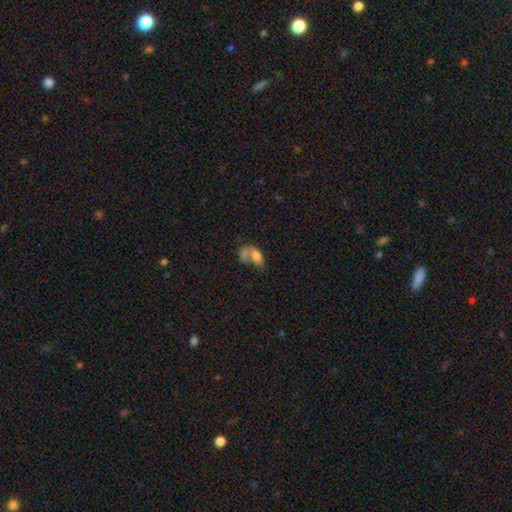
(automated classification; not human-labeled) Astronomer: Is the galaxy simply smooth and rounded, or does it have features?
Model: smooth — 47% (runner-up: featured or disk, 34%).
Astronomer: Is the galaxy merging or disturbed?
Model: merger — 45% (runner-up: none, 27%).